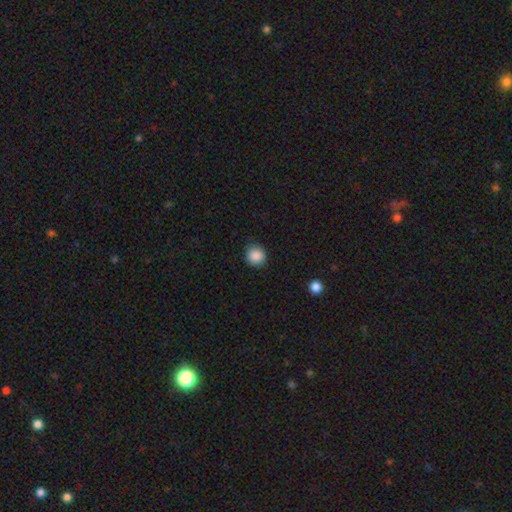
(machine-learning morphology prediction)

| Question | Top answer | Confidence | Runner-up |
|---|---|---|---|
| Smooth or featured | smooth | 88% | star or artifact (9%) |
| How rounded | round | 89% | in between (10%) |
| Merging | none | 86% | minor disturbance (10%) |